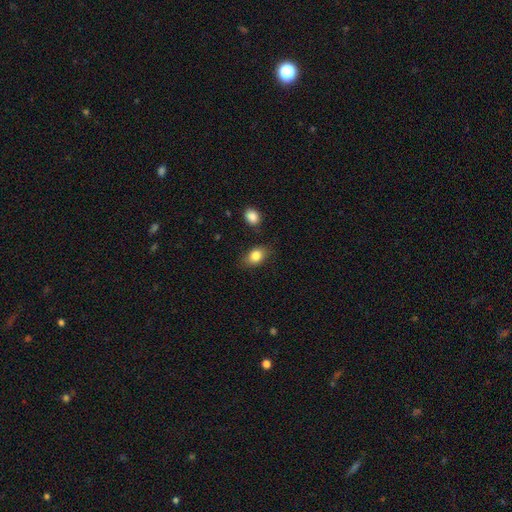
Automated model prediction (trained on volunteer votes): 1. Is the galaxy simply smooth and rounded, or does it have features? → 83% smooth, 9% featured or disk, 8% star or artifact.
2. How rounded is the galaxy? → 79% in between, 19% round, 2% cigar-shaped.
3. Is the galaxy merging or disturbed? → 80% none, 13% minor disturbance, 3% major disturbance, 3% merger.